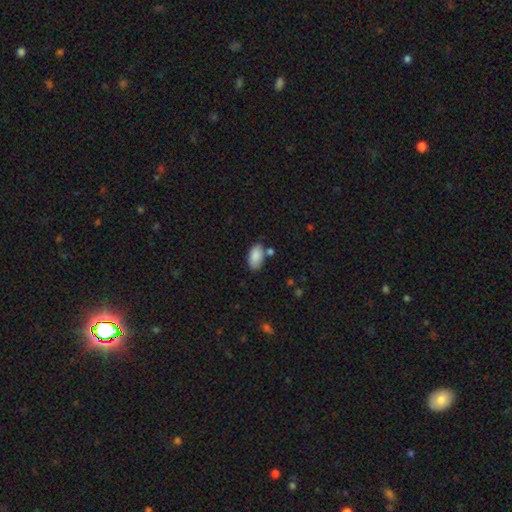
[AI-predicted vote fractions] Q: Smooth or featured?
A: smooth (88%); runner-up: star or artifact (7%)
Q: How rounded?
A: in between (95%); runner-up: round (3%)
Q: Merging?
A: none (69%); runner-up: minor disturbance (17%)